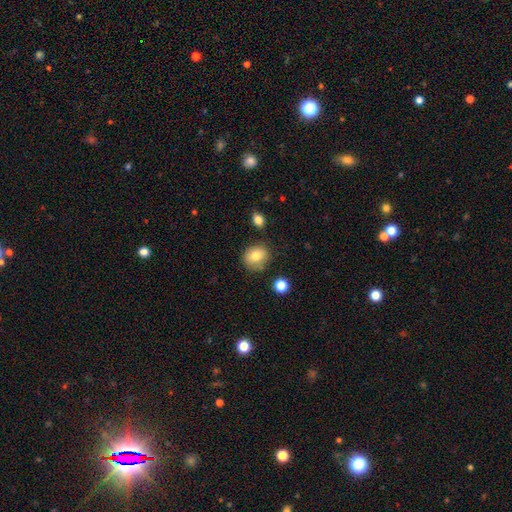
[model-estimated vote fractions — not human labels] Morphology: type=smooth (79%); roundness=round (68%); merging=none (73%).